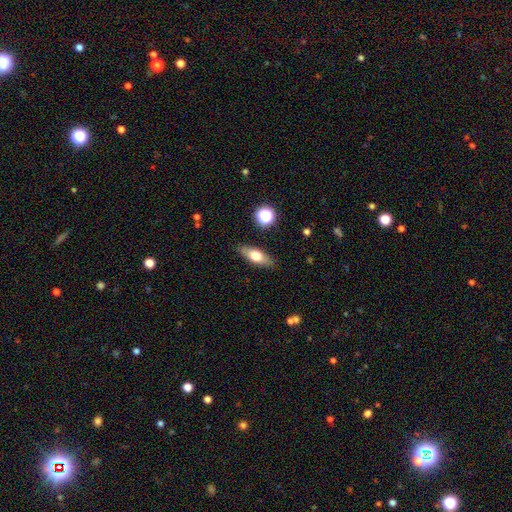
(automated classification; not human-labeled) Smooth or featured?
  - smooth: 63% *
  - featured or disk: 29%
  - star or artifact: 8%
How rounded?
  - in between: 66% *
  - cigar-shaped: 29%
  - round: 5%
Merging?
  - none: 85% *
  - minor disturbance: 10%
  - major disturbance: 2%
  - merger: 2%